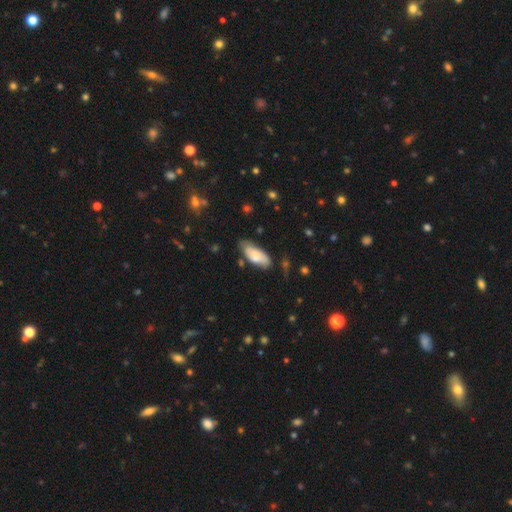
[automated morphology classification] Smooth or featured? smooth (67%)
How rounded? in between (83%)
Merging? none (59%)